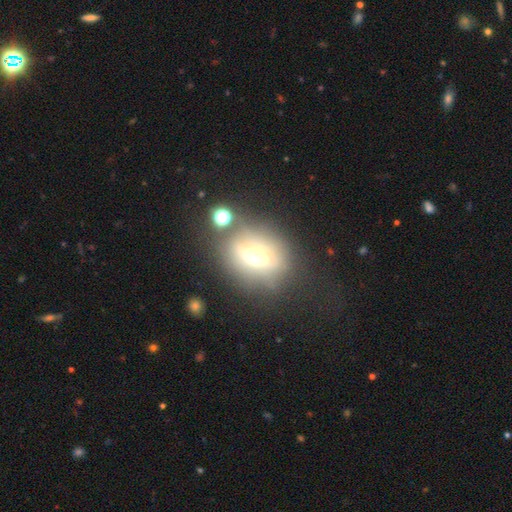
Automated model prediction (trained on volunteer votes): A featured or disk galaxy (53%) viewed edge-on (51%).

Vote fractions:
- Smooth or featured? featured or disk: 53% / smooth: 33% / star or artifact: 14%
- Edge-on disk? yes: 51% / no: 49%
- Merging? none: 66% / minor disturbance: 16% / major disturbance: 11% / merger: 7%